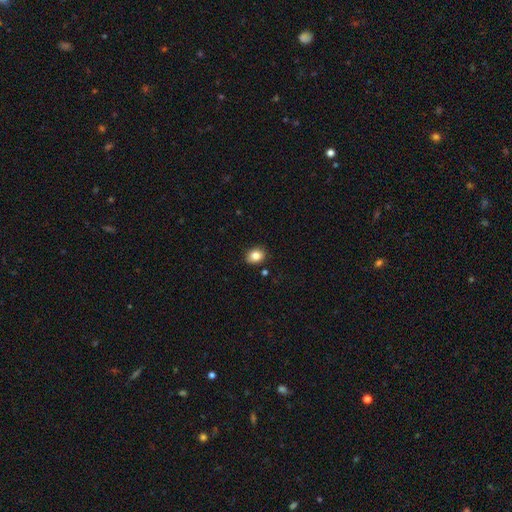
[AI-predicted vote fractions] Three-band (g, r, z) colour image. It shows a smooth galaxy with no disk features (84%) that is in between round and cigar-shaped (51%). Merging: none (87%).